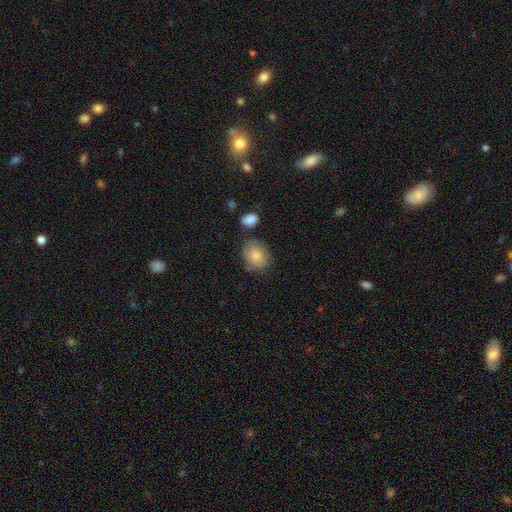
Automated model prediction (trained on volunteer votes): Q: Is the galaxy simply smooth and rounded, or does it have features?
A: smooth — 81%.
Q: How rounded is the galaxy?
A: in between — 54%.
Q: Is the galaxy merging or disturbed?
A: none — 68%.